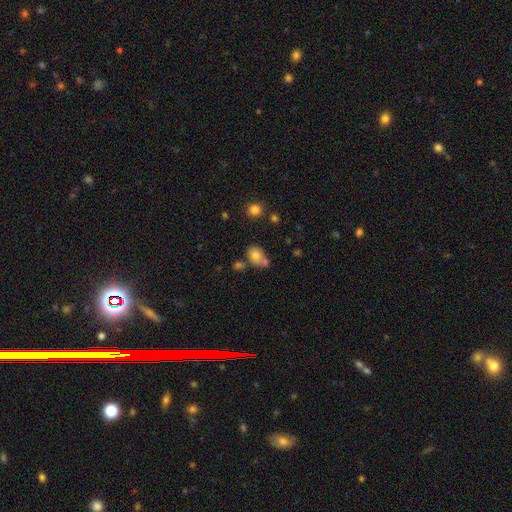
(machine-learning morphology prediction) The model was most divided on "how rounded": in between: 56%, round: 42%, cigar-shaped: 1%. Remaining: smooth or featured — smooth (74%); merging — none (46%).